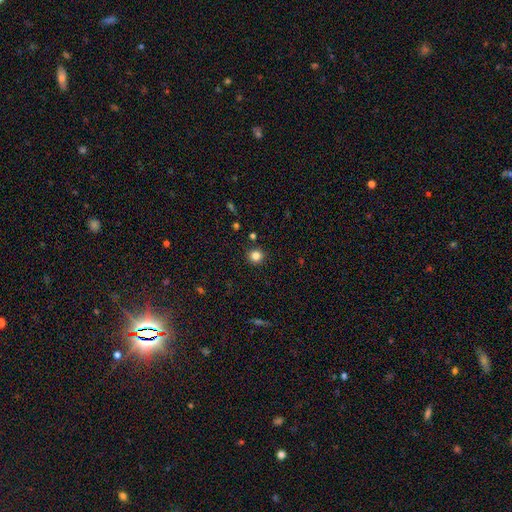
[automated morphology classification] Smooth or featured? smooth (83%)
How rounded? round (93%)
Merging? none (91%)